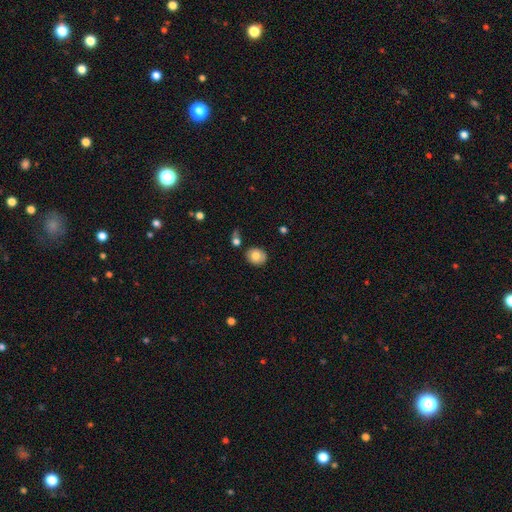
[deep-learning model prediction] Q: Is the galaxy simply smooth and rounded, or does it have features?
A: smooth — 77%.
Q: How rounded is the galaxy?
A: round — 63%.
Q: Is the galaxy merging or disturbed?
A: none — 80%.